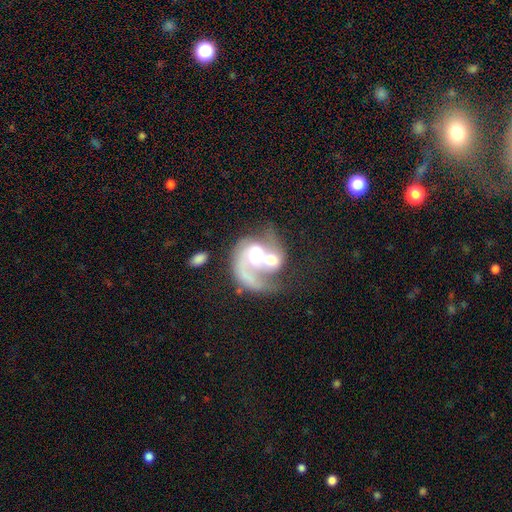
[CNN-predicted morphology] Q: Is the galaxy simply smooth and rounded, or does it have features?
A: featured or disk — 75%.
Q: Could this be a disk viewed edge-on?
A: no — 98%.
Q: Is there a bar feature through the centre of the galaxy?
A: no — 70%.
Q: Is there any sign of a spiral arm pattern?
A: yes — 84%.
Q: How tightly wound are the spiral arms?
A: loose — 41%.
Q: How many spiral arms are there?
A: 1 — 63%.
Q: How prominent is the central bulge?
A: moderate — 48%.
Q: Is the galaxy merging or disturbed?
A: merger — 67%.